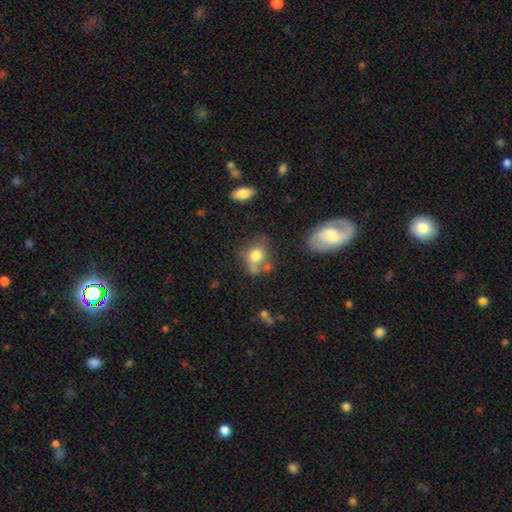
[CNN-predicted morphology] The model was most divided on "how rounded": round: 53%, in between: 46%, cigar-shaped: 2%. Remaining: smooth or featured — smooth (72%); merging — none (44%).